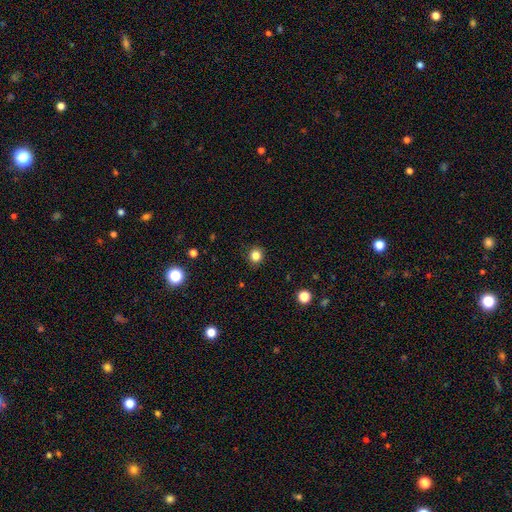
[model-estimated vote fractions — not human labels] Q: Smooth or featured?
A: smooth (83%); runner-up: star or artifact (12%)
Q: How rounded?
A: round (90%); runner-up: in between (9%)
Q: Merging?
A: none (91%); runner-up: minor disturbance (6%)